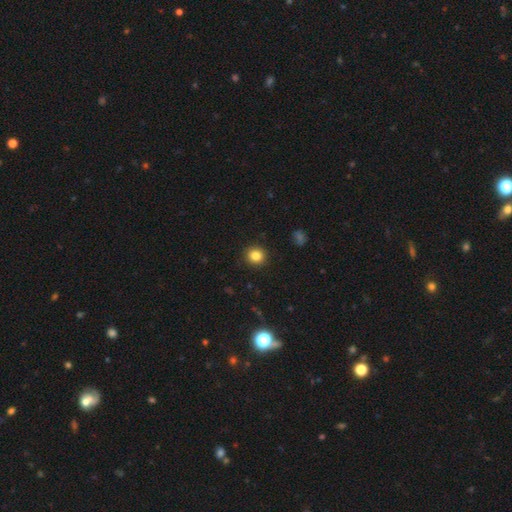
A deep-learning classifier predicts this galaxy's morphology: smooth_or_featured: smooth (p=0.83) [alt: star or artifact p=0.11]
how_rounded: round (p=0.90) [alt: in between p=0.09]
merging: none (p=0.92) [alt: minor disturbance p=0.05]